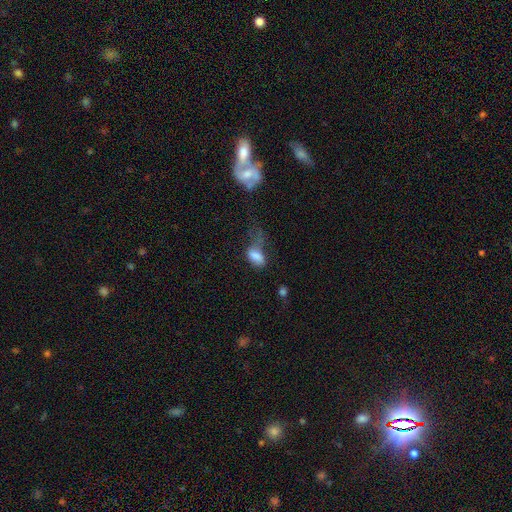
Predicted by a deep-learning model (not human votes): A smooth galaxy with no disk features (74%) that is in between round and cigar-shaped (89%). Merging: major disturbance (51%).